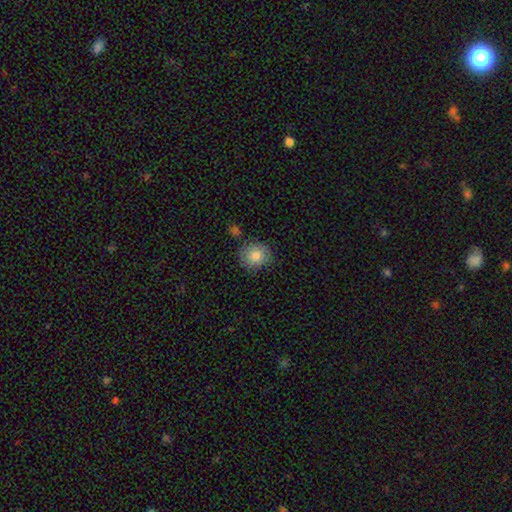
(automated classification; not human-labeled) Smooth or featured? Predicted: smooth (p=0.81). How rounded? Predicted: round (p=0.83). Merging? Predicted: none (p=0.77).